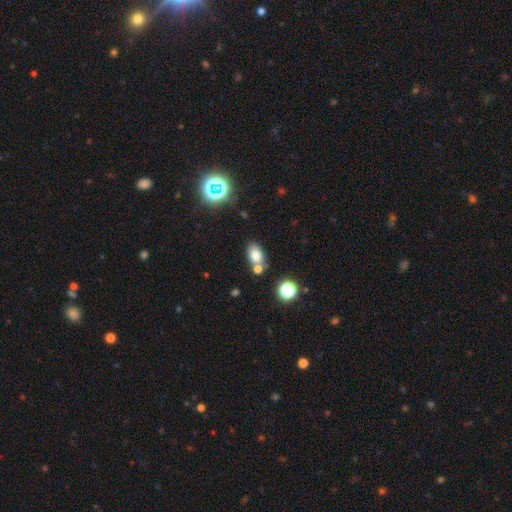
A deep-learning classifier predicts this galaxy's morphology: Smooth or featured? smooth (76%)
How rounded? in between (80%)
Merging? none (57%)